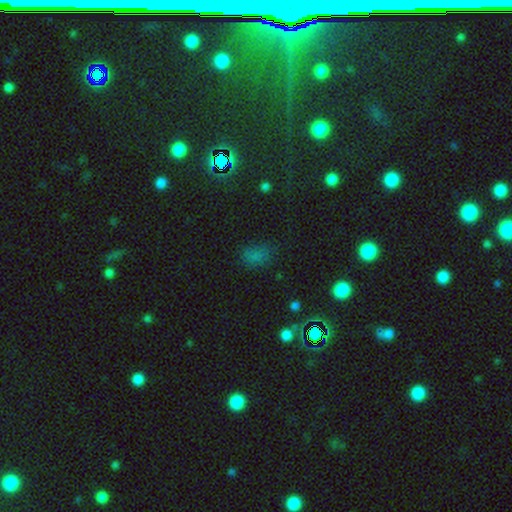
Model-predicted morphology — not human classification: type=smooth (58%); roundness=in between (71%); merging=none (63%).